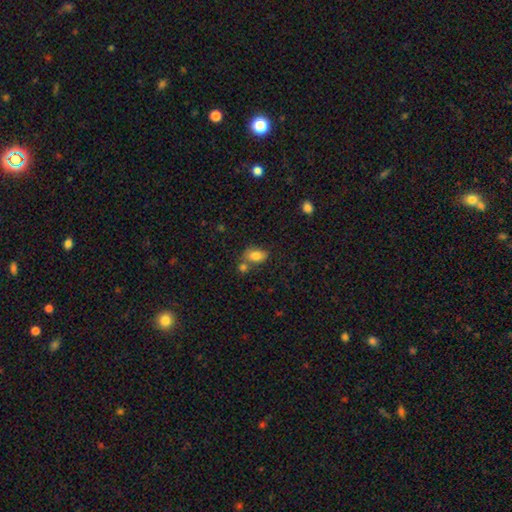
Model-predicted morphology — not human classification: smooth-or-featured: smooth: 82% | star or artifact: 9% | featured or disk: 9%
  how-rounded: in between: 83% | round: 16% | cigar-shaped: 2%
  merging: none: 54% | merger: 26% | minor disturbance: 15% | major disturbance: 4%